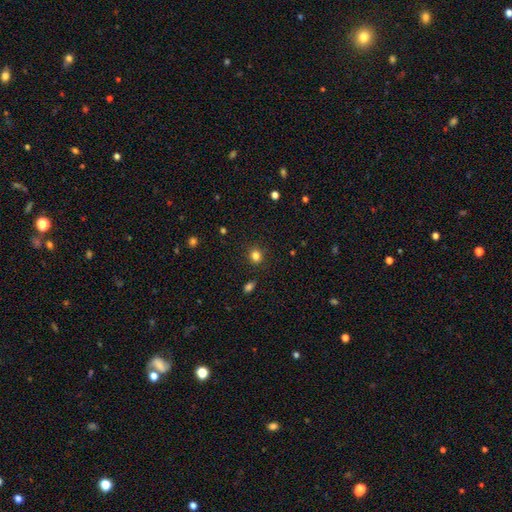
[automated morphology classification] smooth 82%, star or artifact 13%, featured or disk 5%. Down the decision tree: how rounded — round (79%); merging — none (88%).